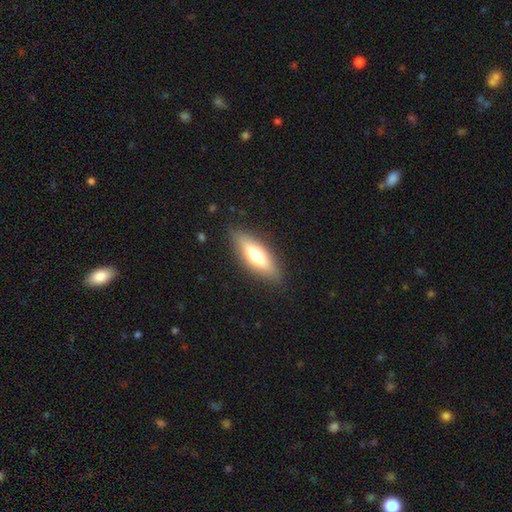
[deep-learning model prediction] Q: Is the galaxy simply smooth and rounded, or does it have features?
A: smooth — 60%.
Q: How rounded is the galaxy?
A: in between — 53%.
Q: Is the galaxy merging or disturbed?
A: none — 86%.